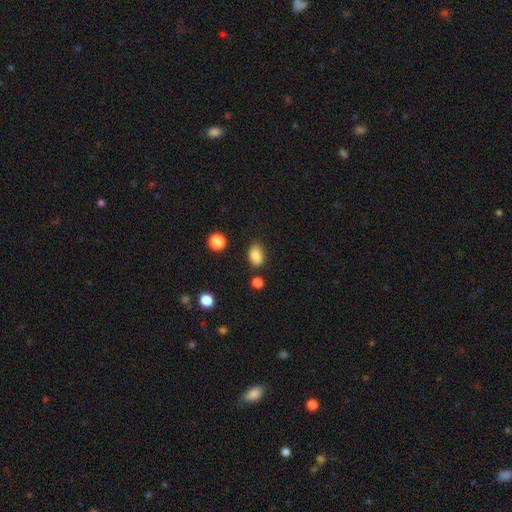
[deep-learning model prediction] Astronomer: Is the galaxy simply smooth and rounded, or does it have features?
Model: smooth — 85%.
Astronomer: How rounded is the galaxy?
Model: in between — 83%.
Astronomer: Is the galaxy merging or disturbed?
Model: none — 74%.